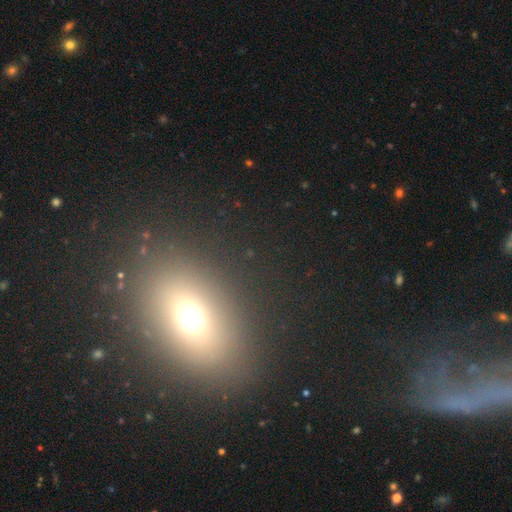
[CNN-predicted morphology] This is likely a smooth galaxy (61%). How rounded: likely in between (71%). Merging: clearly none (83%).